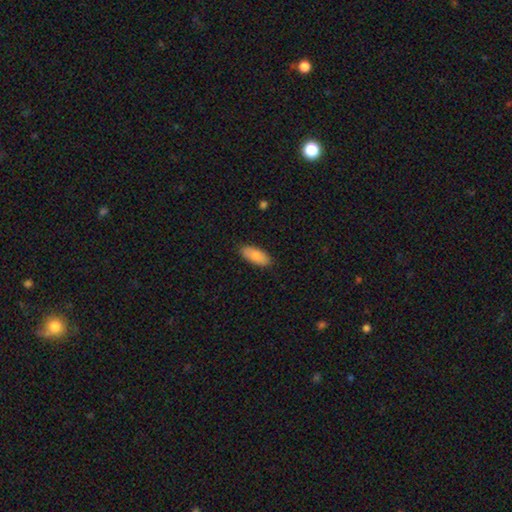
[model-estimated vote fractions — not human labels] Q: Smooth or featured?
A: smooth (83%); runner-up: featured or disk (11%)
Q: How rounded?
A: in between (86%); runner-up: cigar-shaped (12%)
Q: Merging?
A: none (87%); runner-up: minor disturbance (10%)